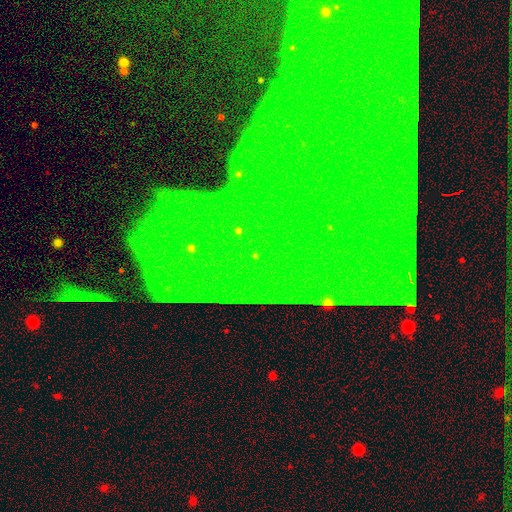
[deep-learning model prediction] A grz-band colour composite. It shows a star or artifact, not a galaxy (85%).